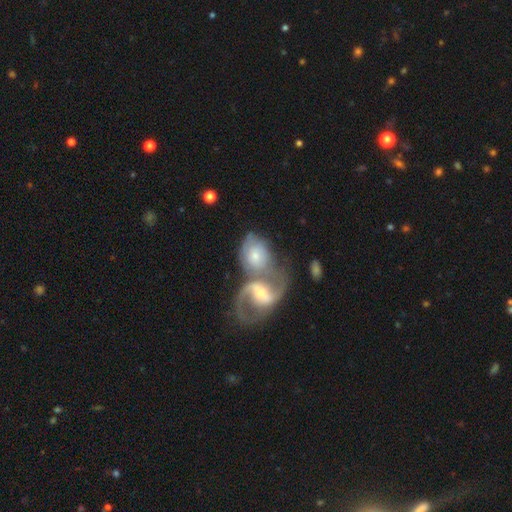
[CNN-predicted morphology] Smooth or featured? Predicted: featured or disk (p=0.60). Edge-on disk? Predicted: no (p=0.95). Bar? Predicted: no (p=0.44). Spiral arms? Predicted: yes (p=0.82). Bulge size? Predicted: small (p=0.46). Merging? Predicted: merger (p=0.66).